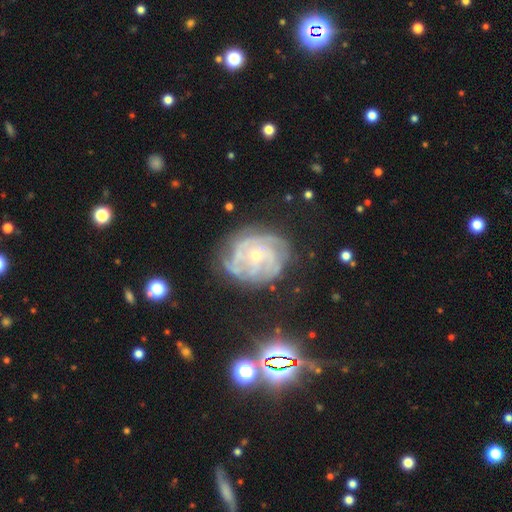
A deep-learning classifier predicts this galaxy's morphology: featured or disk 84%, smooth 8%, star or artifact 8%. Down the decision tree: edge-on disk — no (97%); bar — no (76%); spiral arms — yes (94%); spiral arm count — can't tell (34%); spiral winding — tight (68%); bulge size — small (70%); merging — none (68%).